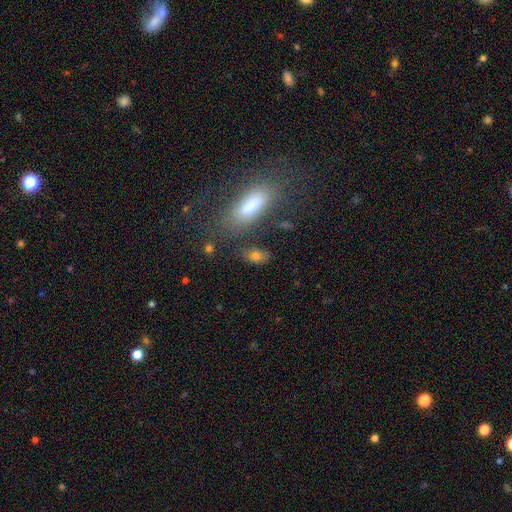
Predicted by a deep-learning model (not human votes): A smooth galaxy with no disk features (75%) that is in between round and cigar-shaped (83%). Merging: none (70%).